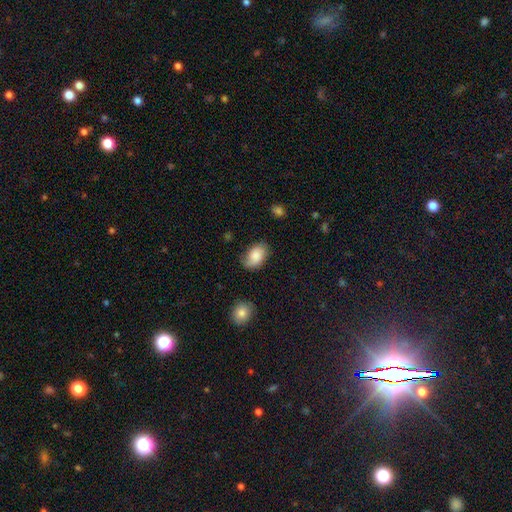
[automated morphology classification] This is likely a smooth galaxy (80%). How rounded: clearly in between (86%). Merging: likely none (68%).